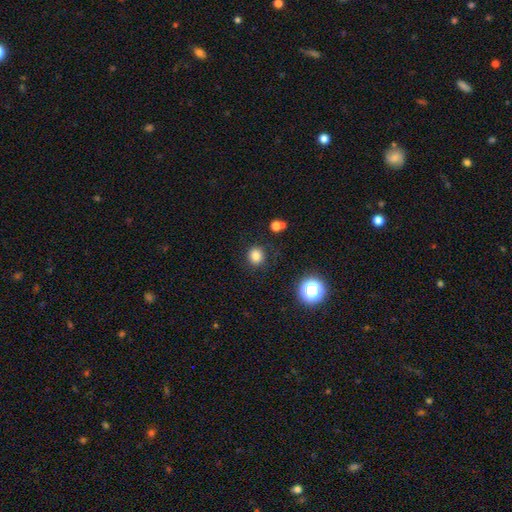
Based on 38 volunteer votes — Smooth or featured?
  - smooth: 89% *
  - star or artifact: 11%
  - featured or disk: 0%
How rounded?
  - round: 88% *
  - in between: 12%
  - cigar-shaped: 0%
Merging?
  - none: 88% *
  - minor disturbance: 6%
  - merger: 6%
  - major disturbance: 0%